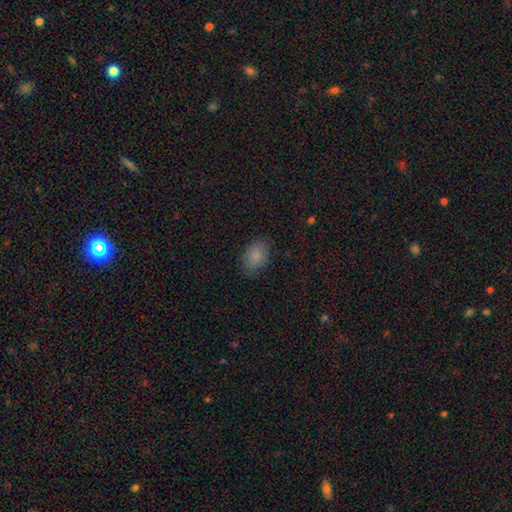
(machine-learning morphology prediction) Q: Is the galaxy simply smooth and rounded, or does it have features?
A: smooth — 85%.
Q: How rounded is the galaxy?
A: in between — 81%.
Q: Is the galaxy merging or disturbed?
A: none — 79%.